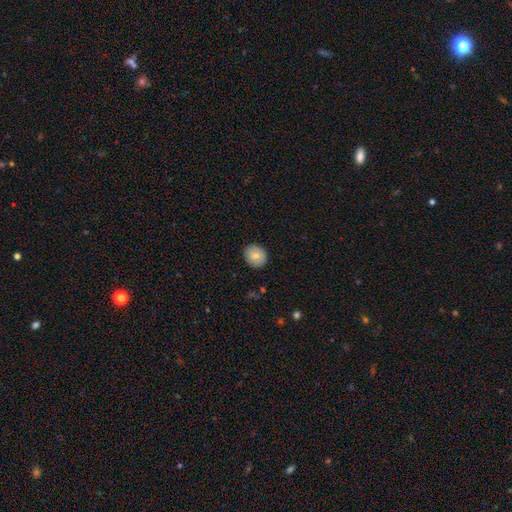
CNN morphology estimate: smooth 76%, featured or disk 16%, star or artifact 8%. Down the decision tree: how rounded — round (75%); merging — none (88%).